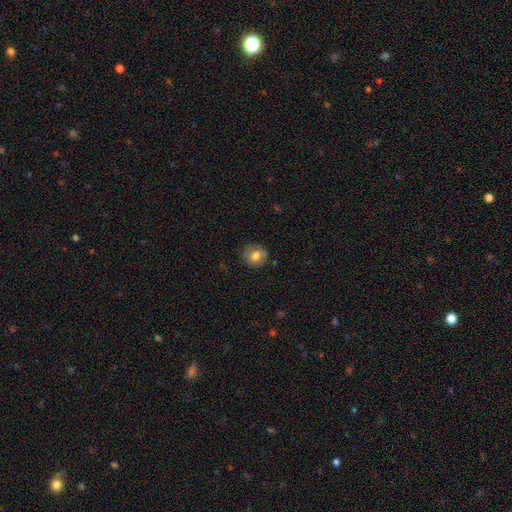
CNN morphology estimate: Smooth or featured? Predicted: smooth (p=0.75). How rounded? Predicted: round (p=0.83). Merging? Predicted: none (p=0.78).